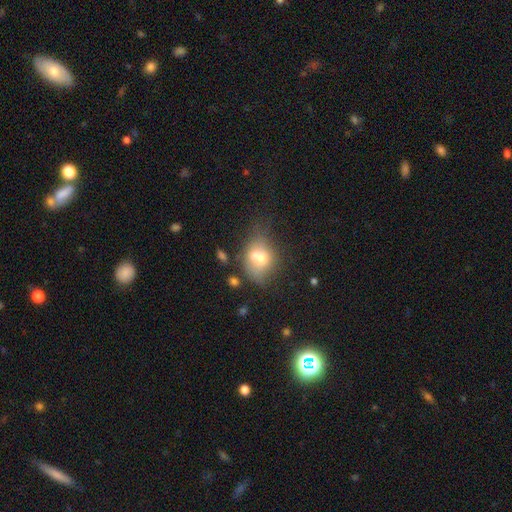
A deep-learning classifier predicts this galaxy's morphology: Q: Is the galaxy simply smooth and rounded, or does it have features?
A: smooth — 61%.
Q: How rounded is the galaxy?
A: round — 49%, tied with in between.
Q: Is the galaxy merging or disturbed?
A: merger — 45%.